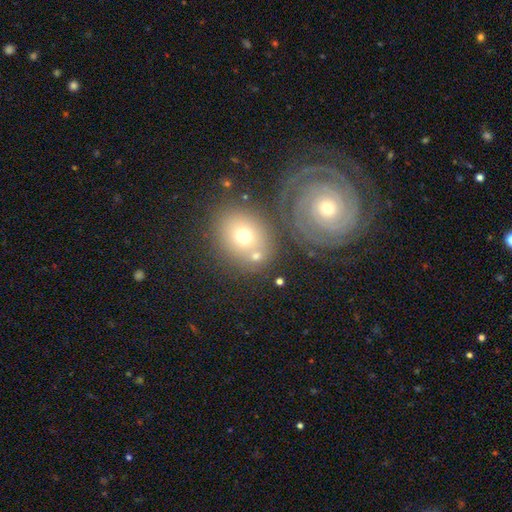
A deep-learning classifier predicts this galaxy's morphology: smooth_or_featured: smooth (p=0.63) [alt: featured or disk p=0.24]
how_rounded: round (p=0.63) [alt: in between p=0.36]
merging: none (p=0.61) [alt: merger p=0.18]